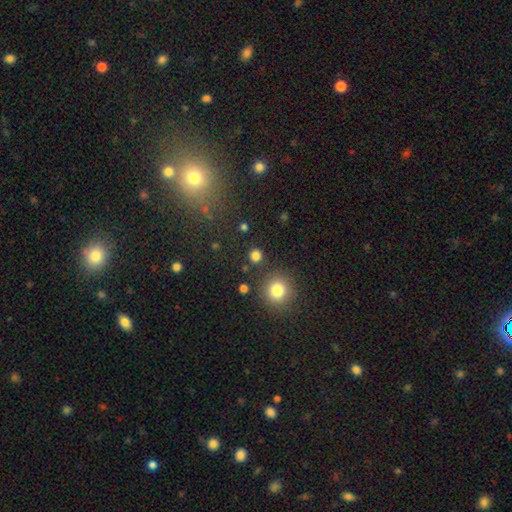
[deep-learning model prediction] Morphology: type=smooth (80%); roundness=round (92%); merging=none (87%).